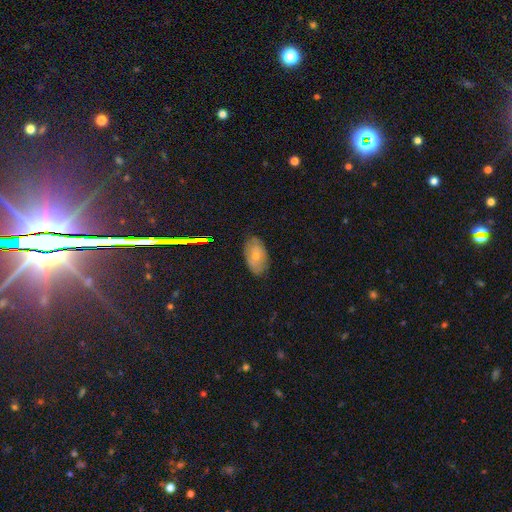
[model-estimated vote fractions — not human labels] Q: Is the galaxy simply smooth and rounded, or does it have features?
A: smooth — 52%.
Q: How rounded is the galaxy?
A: in between — 92%.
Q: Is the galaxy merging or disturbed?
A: none — 74%.